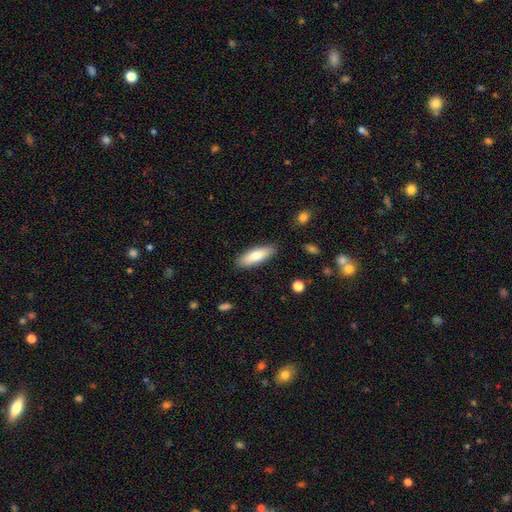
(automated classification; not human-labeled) The model was most divided on "how rounded": in between: 53%, cigar-shaped: 45%, round: 2%. More confident: merging — none (87%); smooth or featured — smooth (79%).